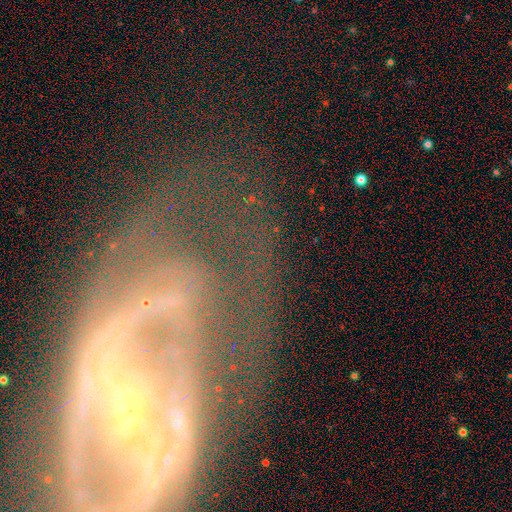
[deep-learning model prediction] Morphology: type=featured or disk (78%); edge-on=no (92%); bar=strong (36%); spiral arms=yes (76%); winding=tight (40%); arm count=2 (52%); bulge=small (72%); merging=none (55%).